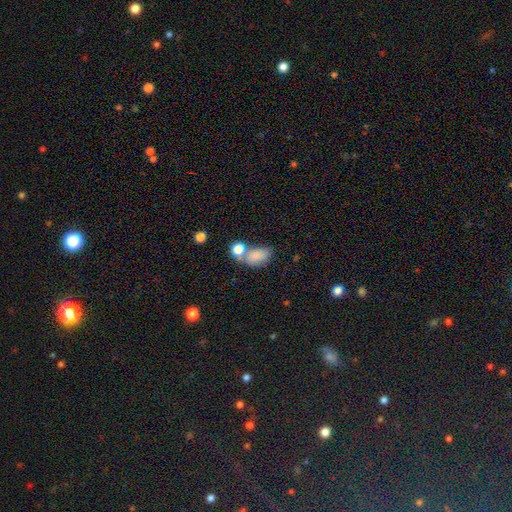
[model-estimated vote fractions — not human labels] Smooth or featured?
  - smooth: 81% *
  - star or artifact: 10%
  - featured or disk: 9%
How rounded?
  - in between: 86% *
  - round: 12%
  - cigar-shaped: 2%
Merging?
  - merger: 39% *
  - none: 37%
  - minor disturbance: 15%
  - major disturbance: 9%